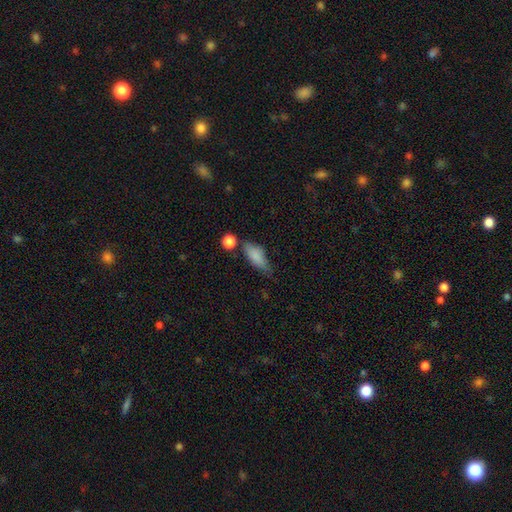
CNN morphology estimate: Q: Smooth or featured?
A: smooth (81%); runner-up: featured or disk (11%)
Q: How rounded?
A: in between (75%); runner-up: cigar-shaped (21%)
Q: Merging?
A: none (53%); runner-up: minor disturbance (29%)